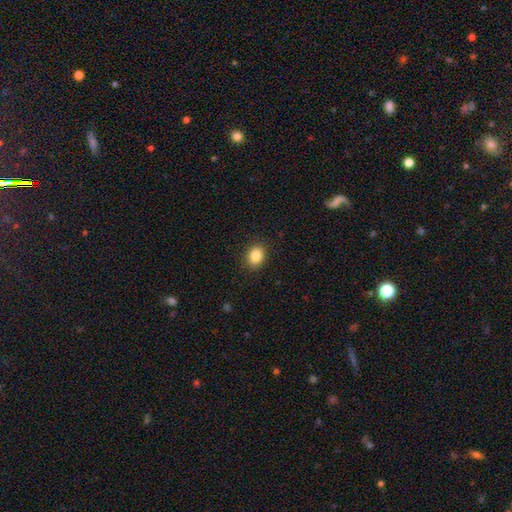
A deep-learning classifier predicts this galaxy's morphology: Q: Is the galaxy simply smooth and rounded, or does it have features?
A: smooth — 86%.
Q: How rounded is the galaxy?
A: in between — 61%.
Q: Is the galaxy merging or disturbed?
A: none — 89%.